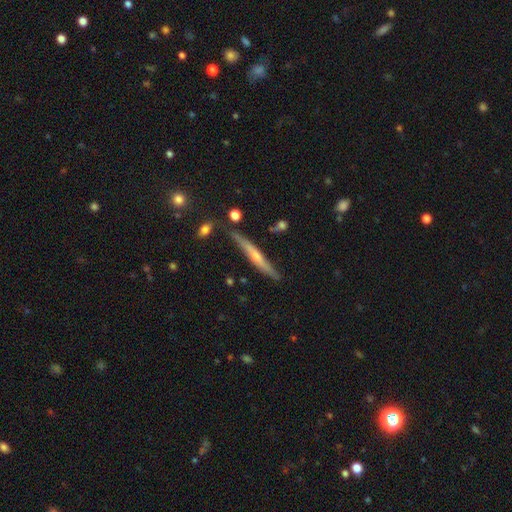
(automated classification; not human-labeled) Smooth or featured: featured or disk — 58% (smooth — 35%)
Edge-on disk: yes — 93% (no — 7%)
Edge-on bulge: rounded — 54% (none — 39%)
Merging: none — 75% (minor disturbance — 17%)